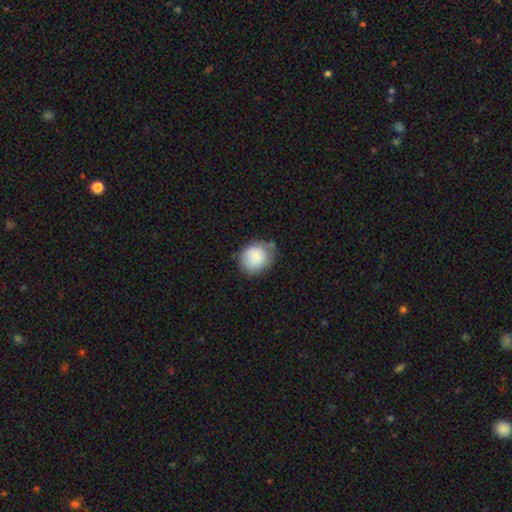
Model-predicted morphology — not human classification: smooth_or_featured: smooth (p=0.78) [alt: featured or disk p=0.14]
how_rounded: round (p=0.70) [alt: in between p=0.29]
merging: none (p=0.63) [alt: minor disturbance p=0.26]